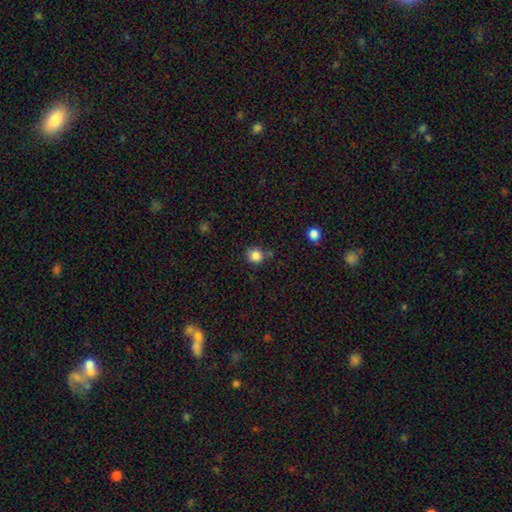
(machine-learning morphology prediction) type=smooth (85%); roundness=round (90%); merging=none (76%).